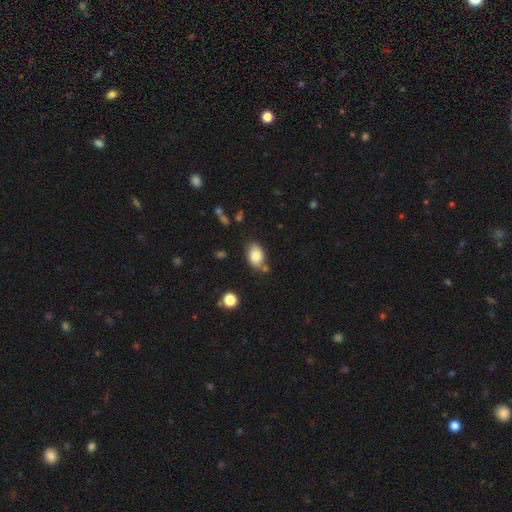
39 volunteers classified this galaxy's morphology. smooth 87%, star or artifact 8%, featured or disk 5%. Down the decision tree: how rounded — in between (82%); merging — none (69%).